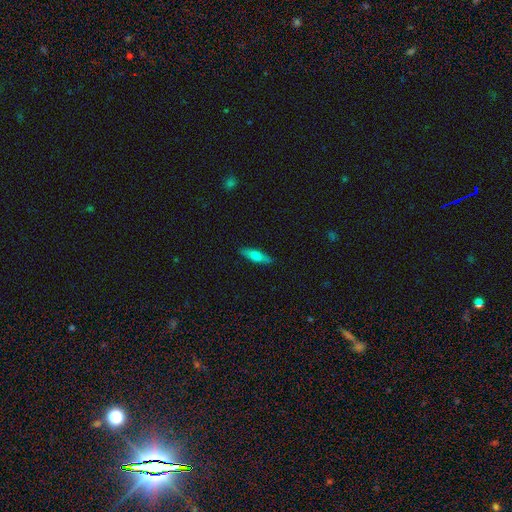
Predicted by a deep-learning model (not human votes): A smooth galaxy with no disk features (64%) that is cigar-shaped (59%). Merging: none (88%).